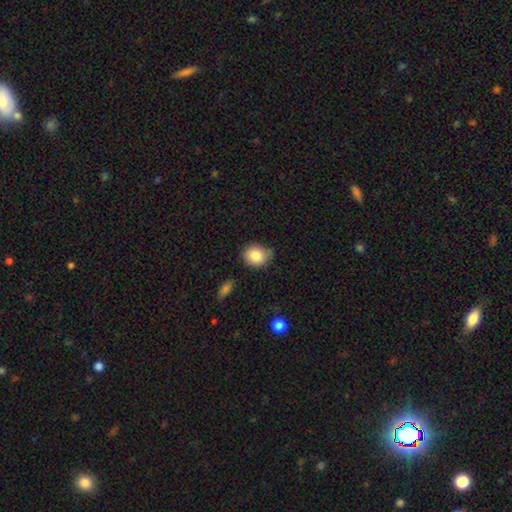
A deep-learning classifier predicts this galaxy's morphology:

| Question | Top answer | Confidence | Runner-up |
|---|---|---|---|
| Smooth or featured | smooth | 84% | star or artifact (9%) |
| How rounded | round | 71% | in between (28%) |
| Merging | none | 66% | minor disturbance (26%) |